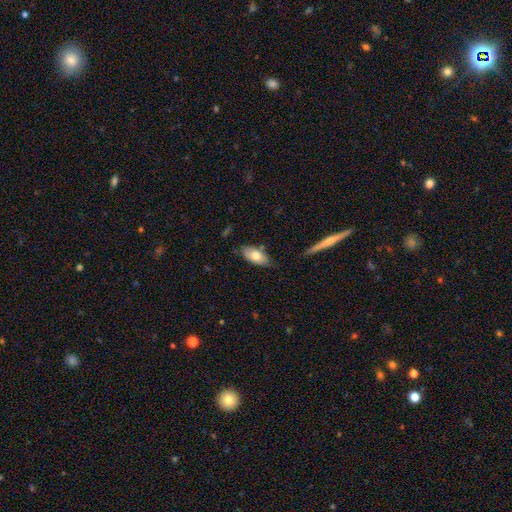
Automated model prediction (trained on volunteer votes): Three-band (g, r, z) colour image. It shows a smooth galaxy with no disk features (74%) that is in between round and cigar-shaped (90%). Merging: none (74%).